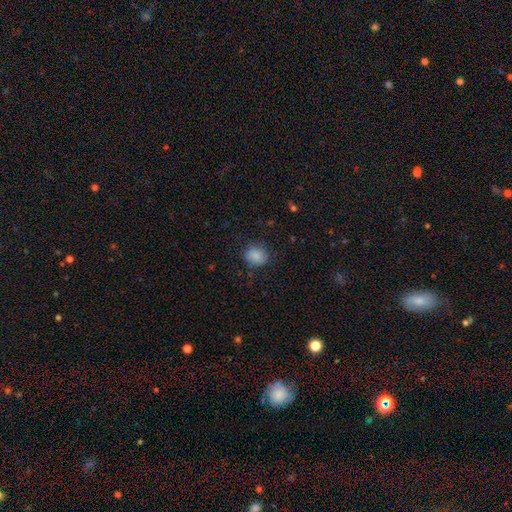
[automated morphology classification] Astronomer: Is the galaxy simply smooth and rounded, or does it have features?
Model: smooth — 86%.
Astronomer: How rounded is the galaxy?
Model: round — 52% (runner-up: in between, 47%).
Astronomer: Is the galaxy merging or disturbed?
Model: none — 75%.